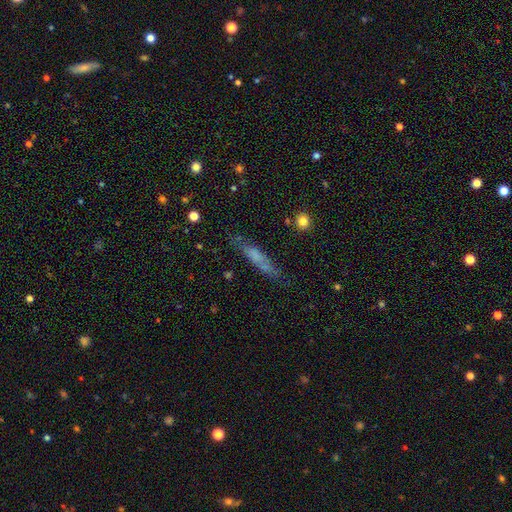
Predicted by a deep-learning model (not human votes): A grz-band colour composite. It shows a smooth galaxy with no disk features (59%) that is cigar-shaped (83%). Merging: none (68%).